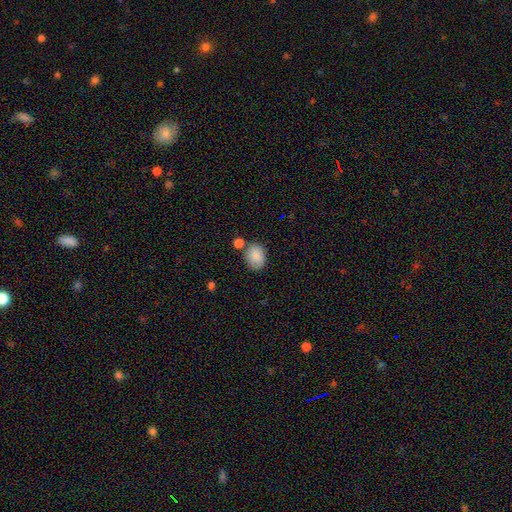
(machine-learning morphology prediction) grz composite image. It shows a smooth galaxy with no disk features (86%) that is in between round and cigar-shaped (68%). Merging: none (66%).